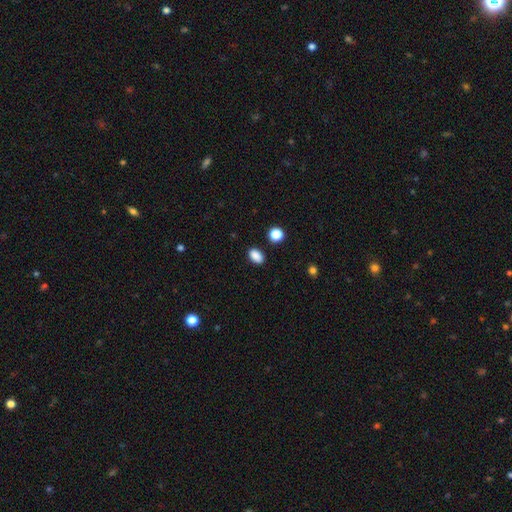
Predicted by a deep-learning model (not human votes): Smooth or featured? Predicted: smooth (p=0.87). How rounded? Predicted: in between (p=0.85). Merging? Predicted: none (p=0.88).